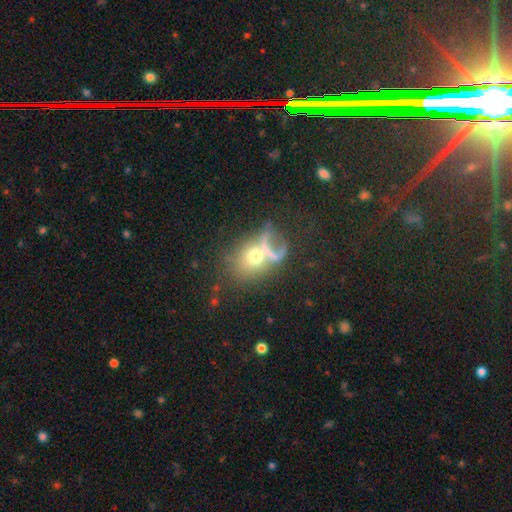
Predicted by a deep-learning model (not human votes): A smooth galaxy with no disk features (51%) that is round (58%).

Vote fractions:
- Smooth or featured? smooth: 51% / featured or disk: 30% / star or artifact: 18%
- How rounded? round: 58% / in between: 39% / cigar-shaped: 3%
- Merging? none: 35% / major disturbance: 29% / merger: 21% / minor disturbance: 15%